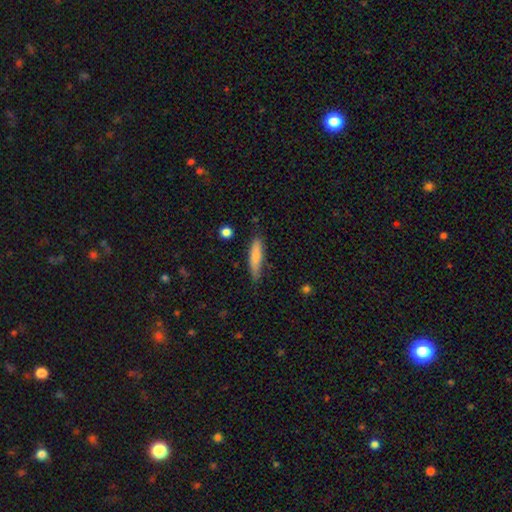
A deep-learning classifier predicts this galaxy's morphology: A smooth galaxy with no disk features (76%) that is cigar-shaped (74%). Merging: none (73%).